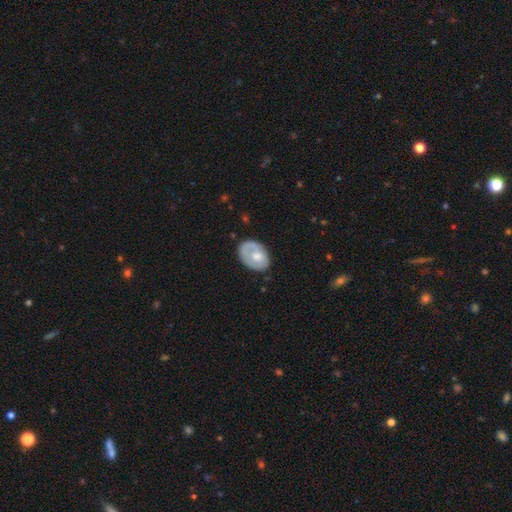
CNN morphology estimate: This appears to be a smooth galaxy with no disk features (55%) that is in between round and cigar-shaped (80%). Merging: none (57%).